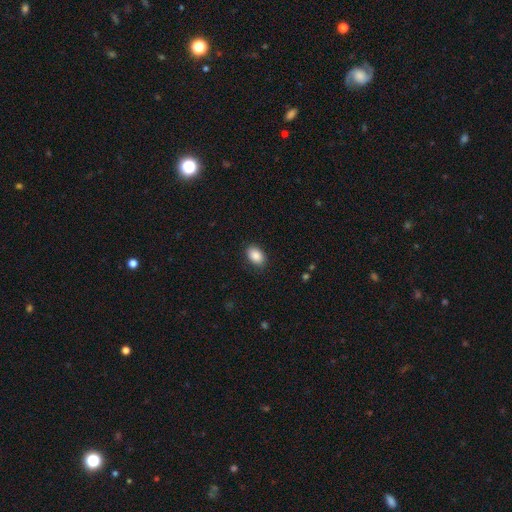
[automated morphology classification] smooth-or-featured: smooth: 89% | star or artifact: 7% | featured or disk: 4%
  how-rounded: in between: 88% | round: 11% | cigar-shaped: 1%
  merging: none: 87% | minor disturbance: 9% | major disturbance: 2% | merger: 1%